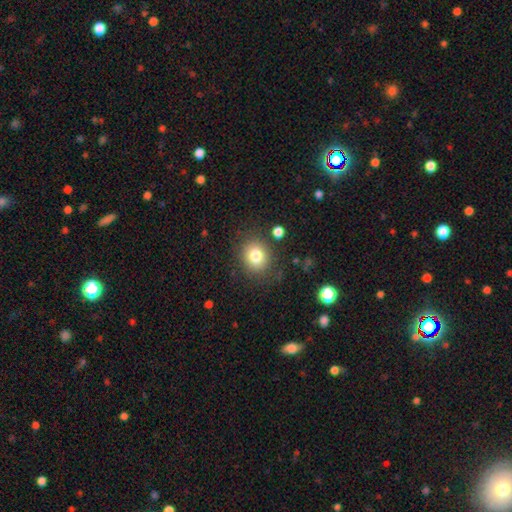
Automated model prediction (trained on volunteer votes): This is likely a smooth galaxy (80%). How rounded: likely round (73%). Merging: clearly none (82%).